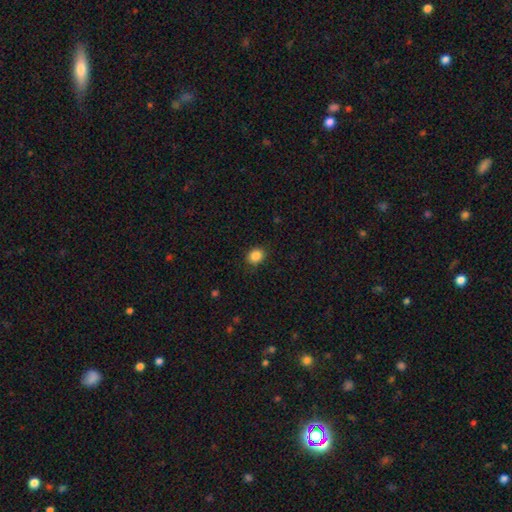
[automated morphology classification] Smooth or featured: smooth — 87% (star or artifact — 10%)
How rounded: round — 57% (in between — 42%)
Merging: none — 87% (minor disturbance — 10%)